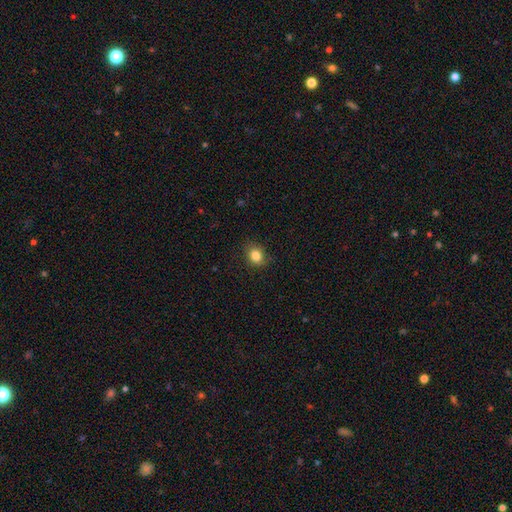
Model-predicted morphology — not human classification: A smooth galaxy with no disk features (84%) that is round (64%). Merging: none (85%).